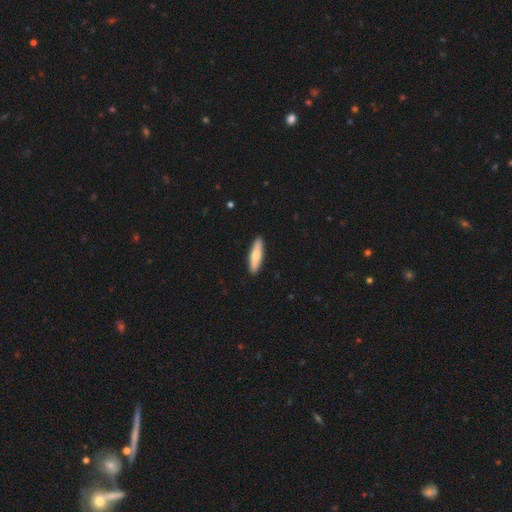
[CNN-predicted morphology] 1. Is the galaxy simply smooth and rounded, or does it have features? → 72% smooth, 23% featured or disk, 5% star or artifact.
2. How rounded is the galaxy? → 71% cigar-shaped, 28% in between, 2% round.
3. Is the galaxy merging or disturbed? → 91% none, 7% minor disturbance, 1% major disturbance, 1% merger.